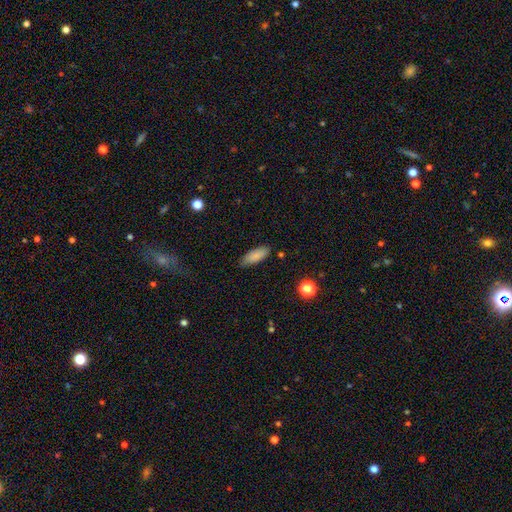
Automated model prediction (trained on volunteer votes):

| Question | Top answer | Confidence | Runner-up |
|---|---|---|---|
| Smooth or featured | smooth | 86% | star or artifact (7%) |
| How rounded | in between | 69% | cigar-shaped (29%) |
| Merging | none | 81% | minor disturbance (15%) |